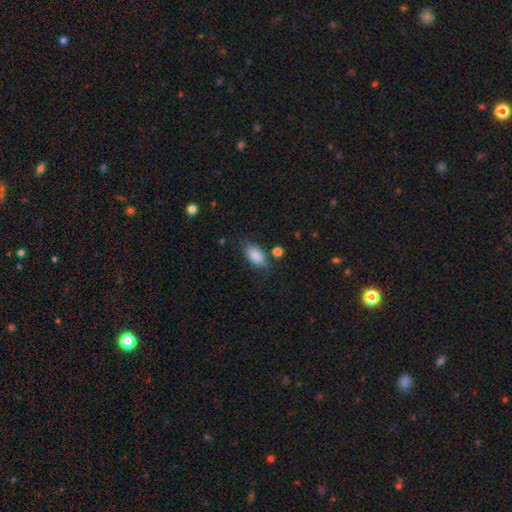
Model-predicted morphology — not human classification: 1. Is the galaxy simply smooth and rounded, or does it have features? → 86% smooth, 7% star or artifact, 7% featured or disk.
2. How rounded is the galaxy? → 90% in between, 5% cigar-shaped, 5% round.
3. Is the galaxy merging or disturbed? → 70% none, 19% minor disturbance, 6% major disturbance, 5% merger.